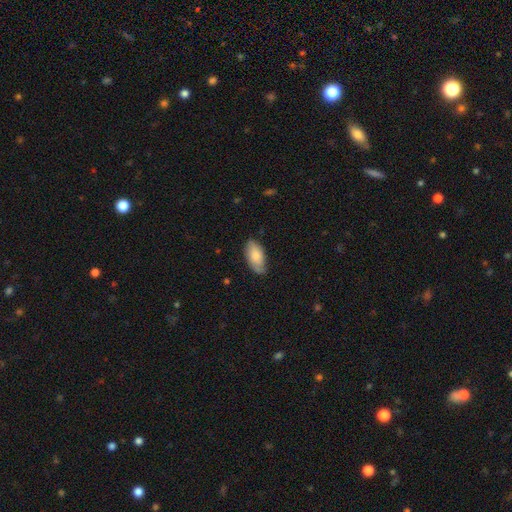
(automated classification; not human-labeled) A smooth galaxy with no disk features (80%) that is in between round and cigar-shaped (93%). Merging: none (75%).